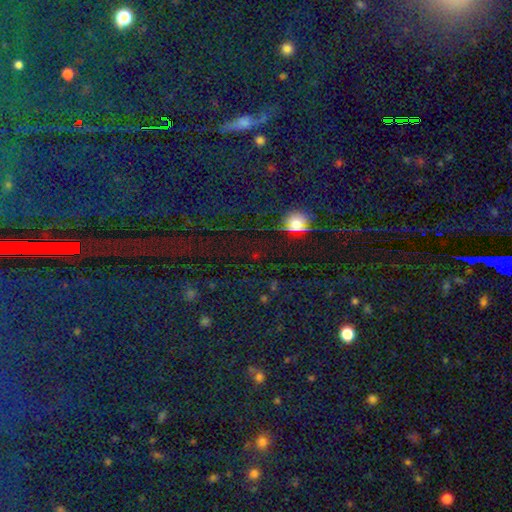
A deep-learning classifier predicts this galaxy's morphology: Smooth or featured? Predicted: star or artifact (p=0.64).